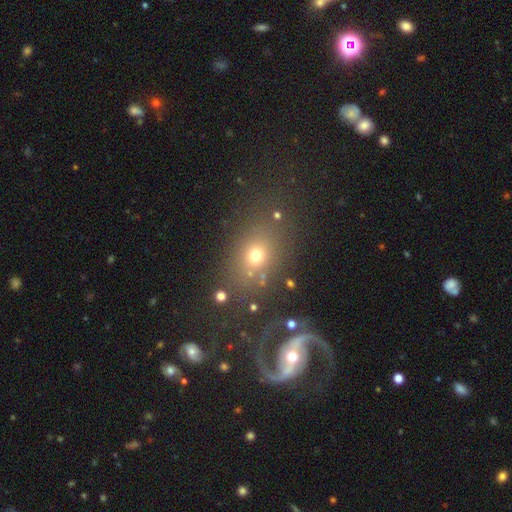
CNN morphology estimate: A smooth galaxy with no disk features (67%) that is in between round and cigar-shaped (51%).

Vote fractions:
- Smooth or featured? smooth: 67% / star or artifact: 21% / featured or disk: 12%
- How rounded? in between: 51% / round: 46% / cigar-shaped: 3%
- Merging? none: 74% / minor disturbance: 13% / major disturbance: 8% / merger: 6%